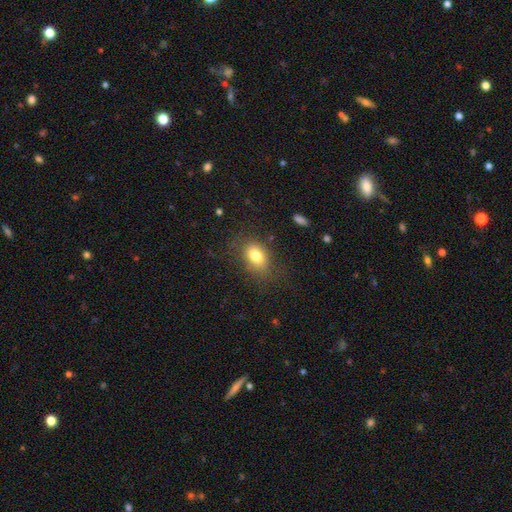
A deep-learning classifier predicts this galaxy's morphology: type=smooth (78%); roundness=in between (76%); merging=none (72%).